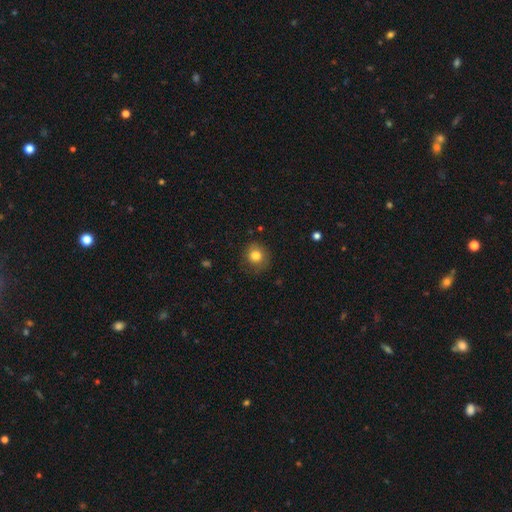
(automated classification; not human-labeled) Morphology: type=smooth (81%); roundness=round (87%); merging=none (79%).